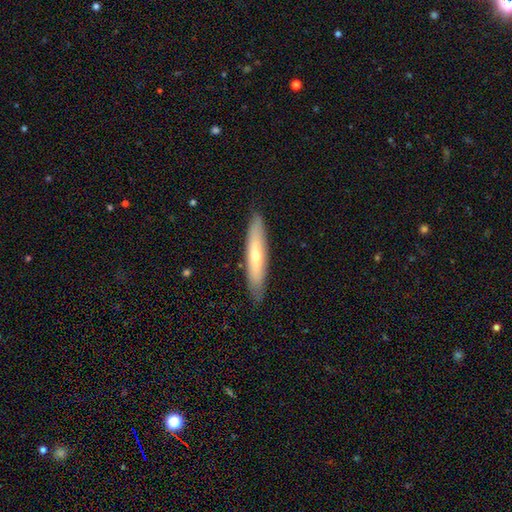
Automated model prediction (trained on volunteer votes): smooth 53%, featured or disk 41%, star or artifact 6%. Down the decision tree: how rounded — cigar-shaped (87%); merging — none (88%).